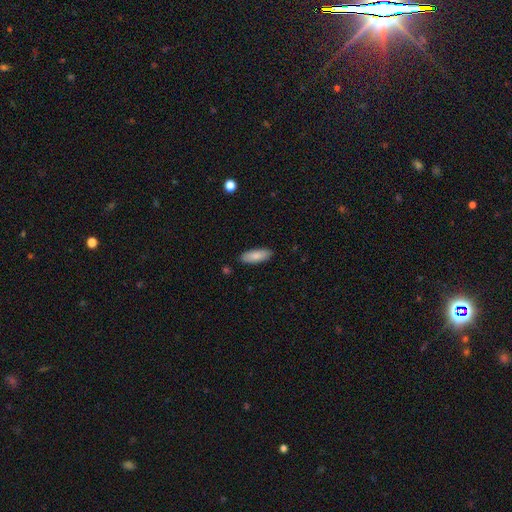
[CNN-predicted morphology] smooth_or_featured: smooth (p=0.85) [alt: featured or disk p=0.09]
how_rounded: in between (p=0.67) [alt: cigar-shaped p=0.31]
merging: none (p=0.87) [alt: minor disturbance p=0.10]